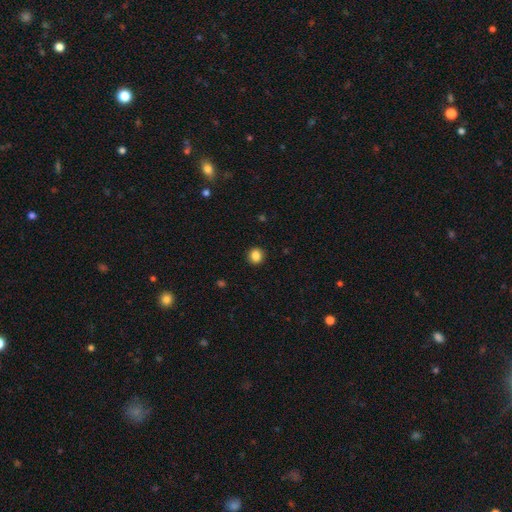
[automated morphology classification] smooth 86%, star or artifact 10%, featured or disk 4%. Down the decision tree: how rounded — round (83%); merging — none (91%).